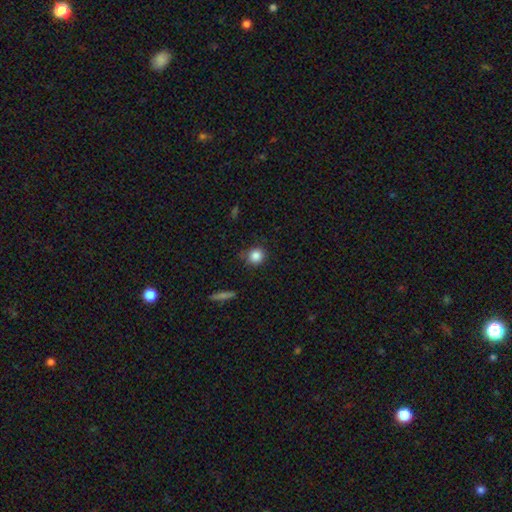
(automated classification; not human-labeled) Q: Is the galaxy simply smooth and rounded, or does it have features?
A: smooth — 85%.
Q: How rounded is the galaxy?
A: round — 88%.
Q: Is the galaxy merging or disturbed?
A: none — 81%.